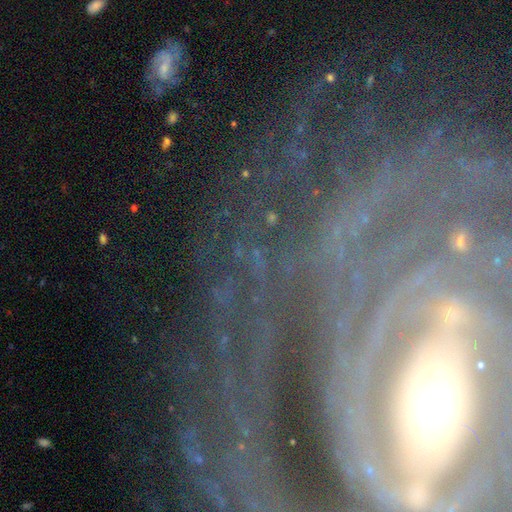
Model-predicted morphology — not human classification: type=featured or disk (59%); edge-on=no (88%); bar=strong (39%); spiral arms=yes (91%); bulge=small (58%); merging=none (74%).